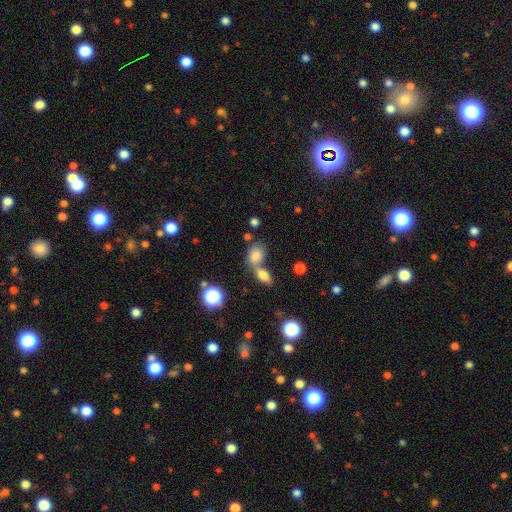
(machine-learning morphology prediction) Smooth or featured?
  - smooth: 78% *
  - star or artifact: 13%
  - featured or disk: 10%
How rounded?
  - in between: 70% *
  - round: 27%
  - cigar-shaped: 2%
Merging?
  - merger: 46% *
  - none: 39%
  - minor disturbance: 10%
  - major disturbance: 5%